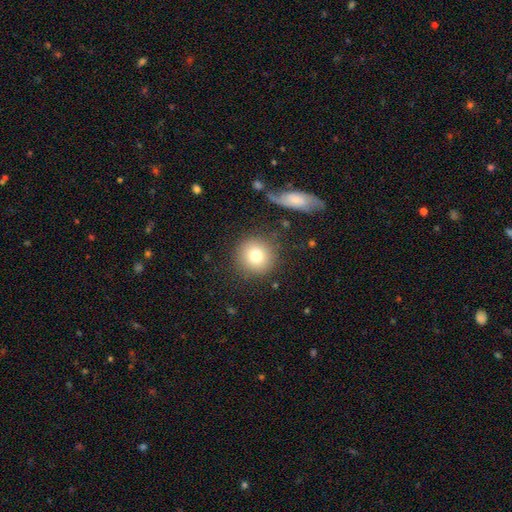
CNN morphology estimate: Q: Smooth or featured?
A: smooth (78%); runner-up: featured or disk (12%)
Q: How rounded?
A: round (93%); runner-up: in between (6%)
Q: Merging?
A: none (85%); runner-up: minor disturbance (8%)